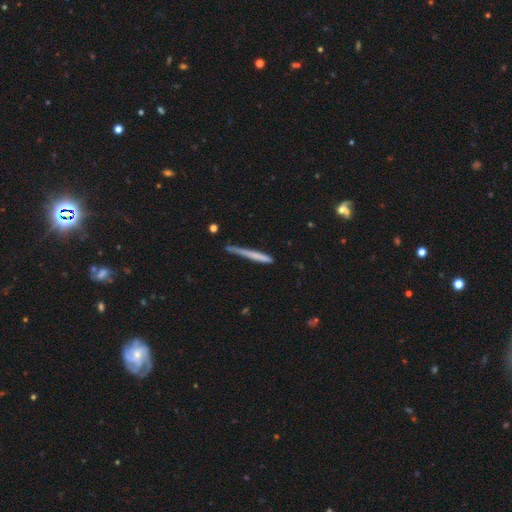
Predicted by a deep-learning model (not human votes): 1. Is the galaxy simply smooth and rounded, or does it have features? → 59% smooth, 34% featured or disk, 7% star or artifact.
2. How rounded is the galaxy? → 96% cigar-shaped, 2% in between, 1% round.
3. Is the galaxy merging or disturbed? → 63% none, 25% minor disturbance, 7% major disturbance, 5% merger.